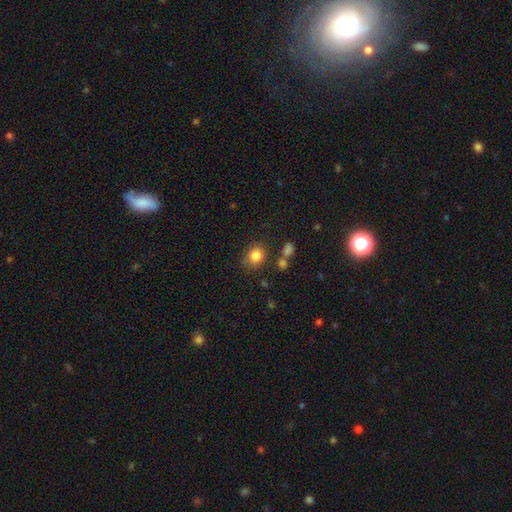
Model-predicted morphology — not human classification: Overall: smooth (84%). How rounded: round (63%; in between 36%). Merging: none (75%).